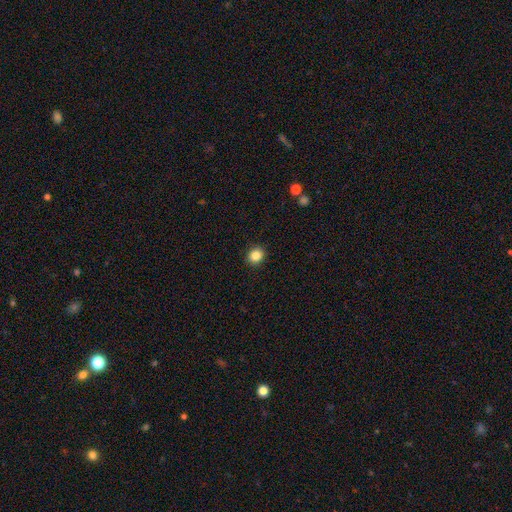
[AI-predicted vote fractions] A smooth galaxy with no disk features (85%) that is round (75%).

Vote fractions:
- Smooth or featured? smooth: 85% / star or artifact: 10% / featured or disk: 5%
- How rounded? round: 75% / in between: 25% / cigar-shaped: 1%
- Merging? none: 92% / minor disturbance: 6% / major disturbance: 2% / merger: 1%